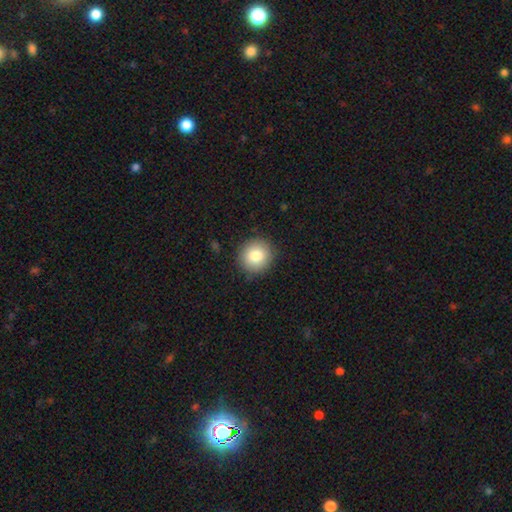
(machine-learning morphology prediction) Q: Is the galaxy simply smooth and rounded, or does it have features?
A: smooth — 81%.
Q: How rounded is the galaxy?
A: round — 90%.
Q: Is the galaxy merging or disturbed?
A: none — 90%.